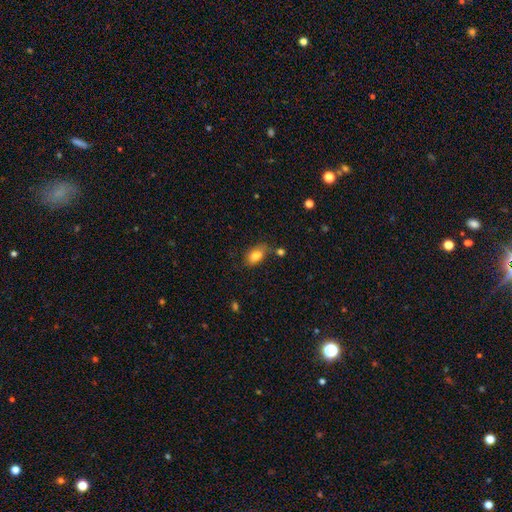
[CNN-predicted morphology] type=smooth (83%); roundness=in between (89%); merging=none (63%).